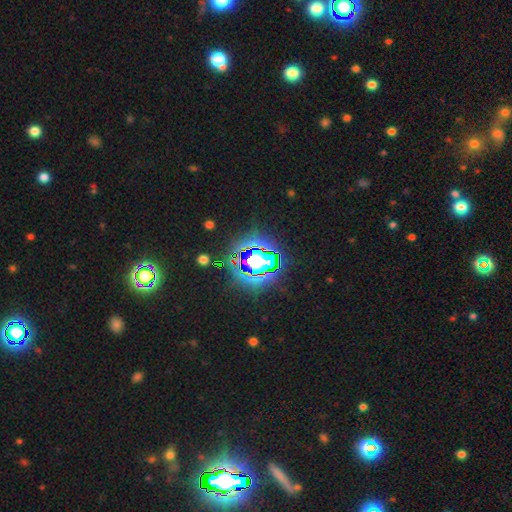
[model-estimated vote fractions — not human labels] star or artifact 82%, smooth 12%, featured or disk 7%.